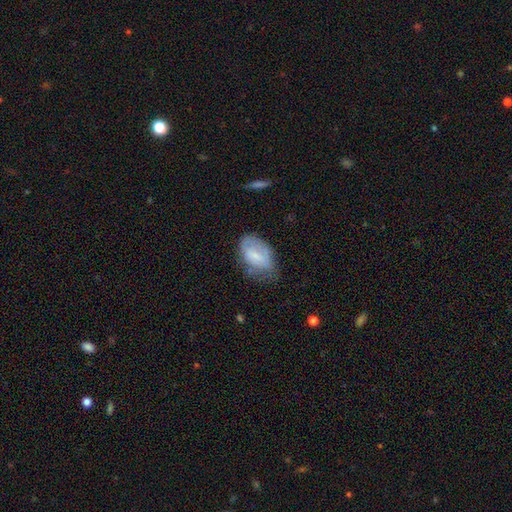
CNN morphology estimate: Overall: smooth (65%; featured or disk 27%). How rounded: in between (91%). Merging: none (43%; minor disturbance 37%).